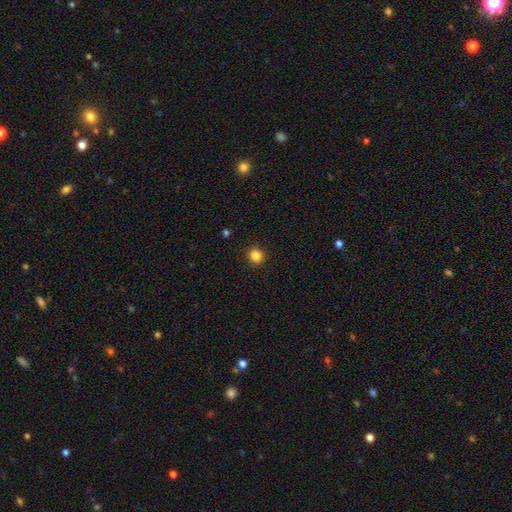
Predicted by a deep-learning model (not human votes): Overall: smooth (84%). How rounded: round (86%). Merging: none (92%).